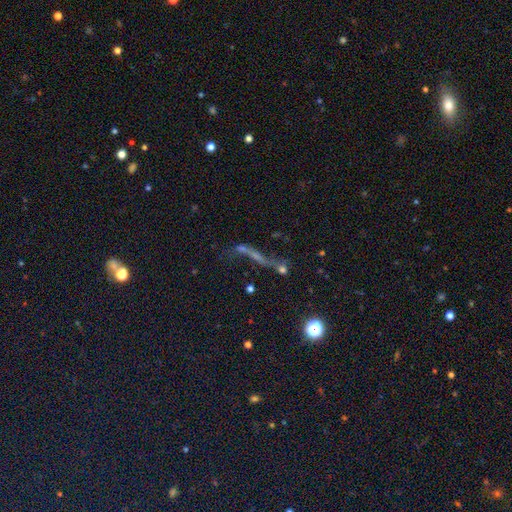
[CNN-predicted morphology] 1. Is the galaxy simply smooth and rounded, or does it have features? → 39% featured or disk, 36% star or artifact, 25% smooth.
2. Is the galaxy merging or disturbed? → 42% none, 22% merger, 21% major disturbance, 14% minor disturbance.